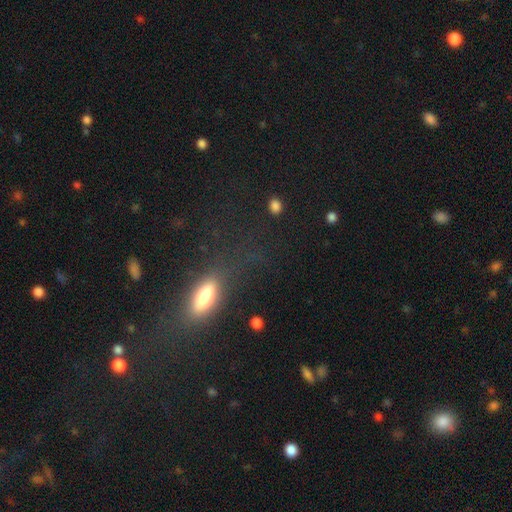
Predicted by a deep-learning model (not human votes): Smooth or featured?
  - smooth: 58% *
  - star or artifact: 22%
  - featured or disk: 20%
How rounded?
  - in between: 58% *
  - cigar-shaped: 35%
  - round: 7%
Merging?
  - none: 67% *
  - minor disturbance: 16%
  - major disturbance: 13%
  - merger: 3%